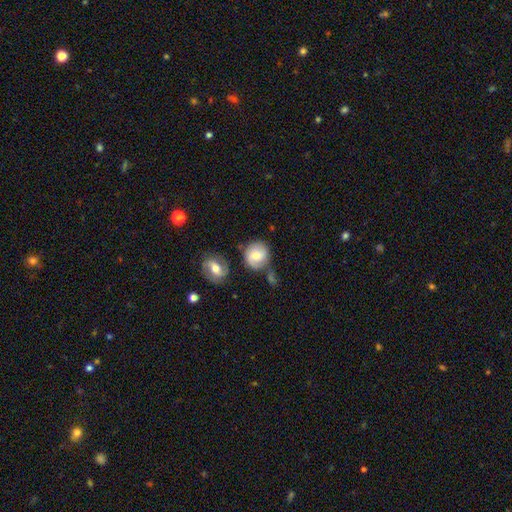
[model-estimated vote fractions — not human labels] This appears to be a smooth galaxy with no disk features (63%) that is round (83%). Merging: none (59%).